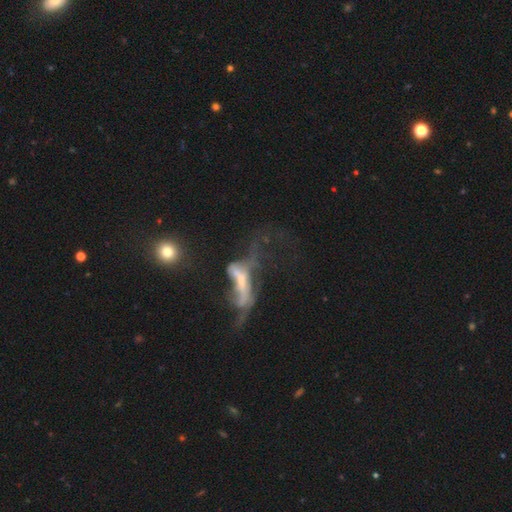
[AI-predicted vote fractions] featured or disk 57%, smooth 22%, star or artifact 21%. Down the decision tree: edge-on disk — no (66%); merging — major disturbance (45%).